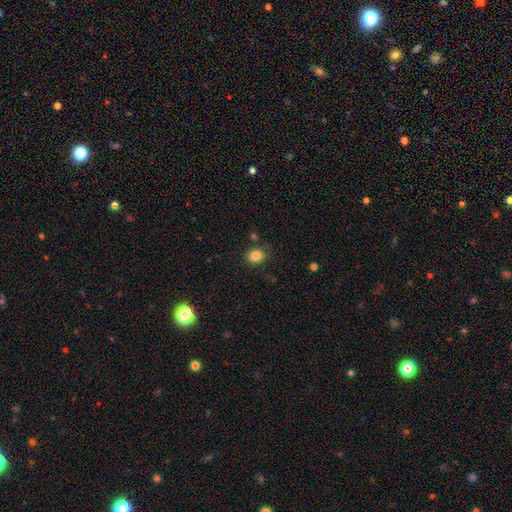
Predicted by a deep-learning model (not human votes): smooth 83%, star or artifact 11%, featured or disk 6%. Down the decision tree: how rounded — round (68%); merging — none (80%).